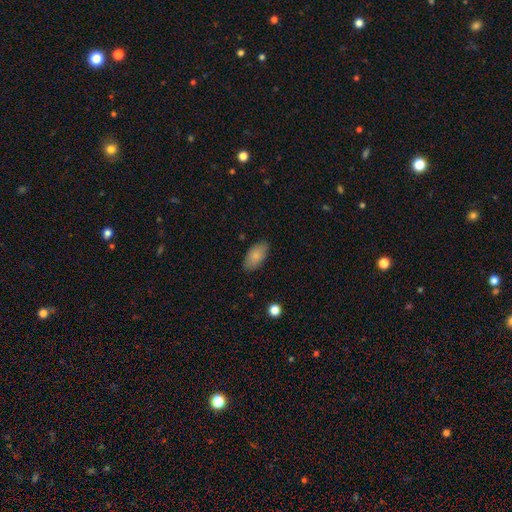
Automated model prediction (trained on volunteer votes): This is clearly a smooth galaxy (84%). How rounded: clearly in between (92%). Merging: clearly none (85%).